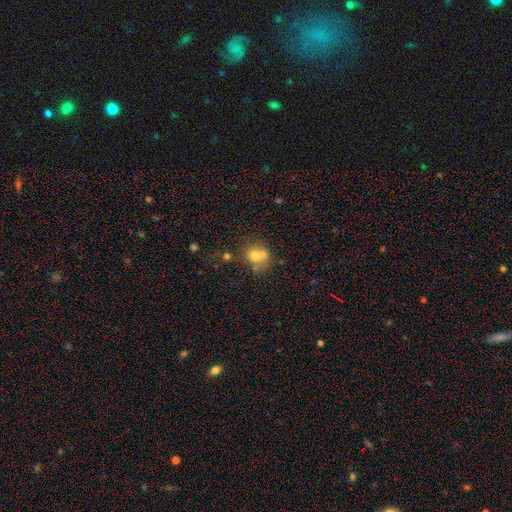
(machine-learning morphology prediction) The model was most divided on "merging": merger: 53%, none: 34%, minor disturbance: 9%, major disturbance: 4%. More confident: how rounded — round (74%); smooth or featured — smooth (65%).